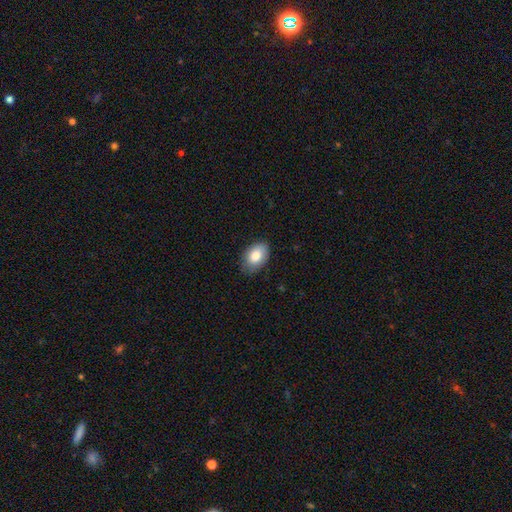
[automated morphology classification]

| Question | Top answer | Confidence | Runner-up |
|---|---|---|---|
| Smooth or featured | smooth | 81% | featured or disk (12%) |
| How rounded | in between | 86% | round (13%) |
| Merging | none | 80% | minor disturbance (16%) |